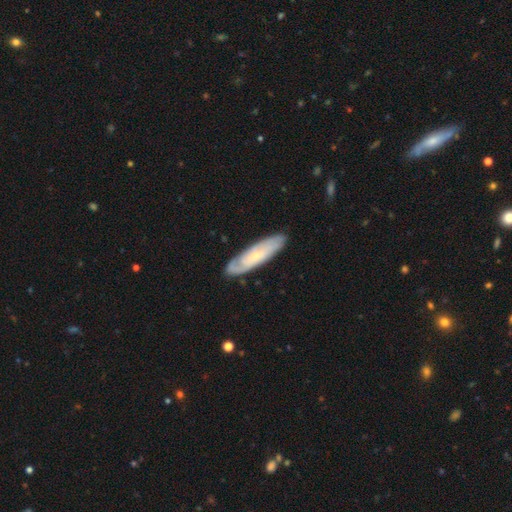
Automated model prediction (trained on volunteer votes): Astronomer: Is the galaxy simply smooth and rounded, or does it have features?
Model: featured or disk — 60%.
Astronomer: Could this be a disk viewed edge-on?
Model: no — 73%.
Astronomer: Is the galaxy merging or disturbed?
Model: none — 82%.